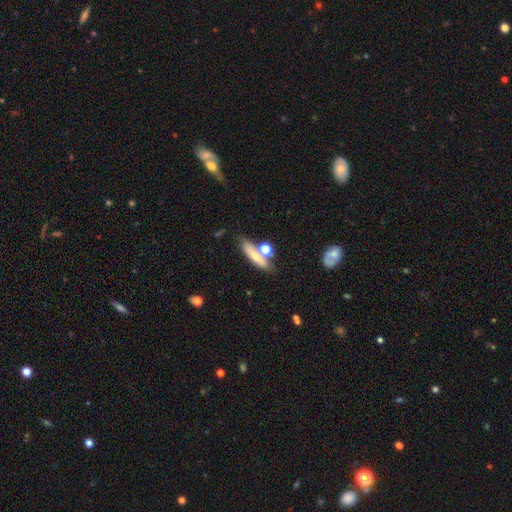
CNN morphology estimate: This appears to be a smooth galaxy with no disk features (68%) that is cigar-shaped (59%). Merging: none (57%).